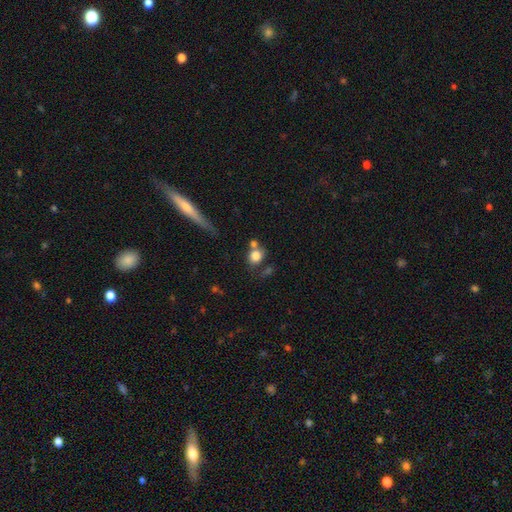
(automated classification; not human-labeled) smooth-or-featured: smooth: 78% | featured or disk: 12% | star or artifact: 10%
  how-rounded: round: 61% | in between: 37% | cigar-shaped: 2%
  merging: none: 48% | merger: 31% | minor disturbance: 14% | major disturbance: 7%